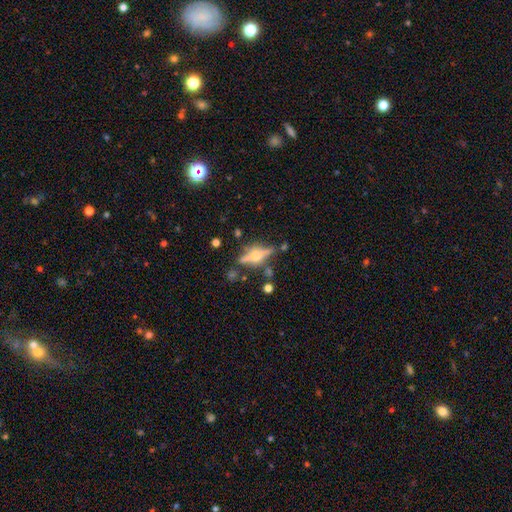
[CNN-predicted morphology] featured or disk 67%, smooth 23%, star or artifact 10%. Down the decision tree: edge-on disk — yes (90%); edge-on bulge — rounded (93%); merging — none (72%).